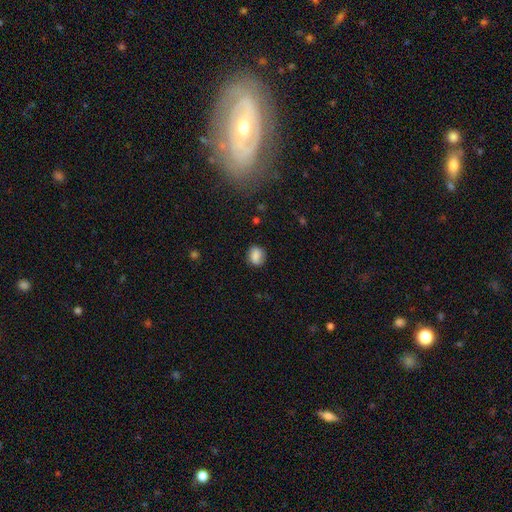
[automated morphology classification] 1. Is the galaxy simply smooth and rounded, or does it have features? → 80% smooth, 11% featured or disk, 9% star or artifact.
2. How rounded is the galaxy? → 55% round, 44% in between, 2% cigar-shaped.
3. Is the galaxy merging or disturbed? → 77% none, 16% minor disturbance, 5% major disturbance, 2% merger.